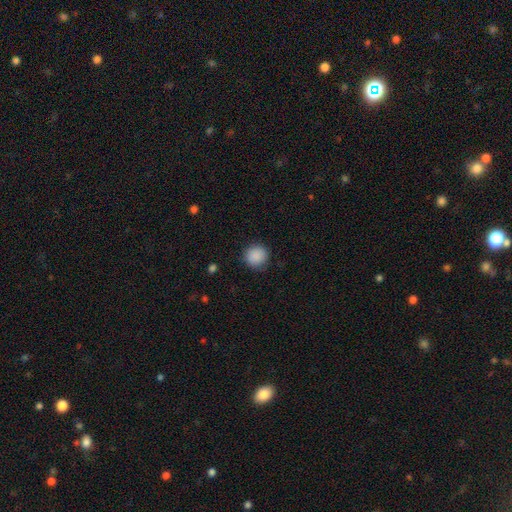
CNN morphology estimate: Smooth or featured?
  - smooth: 89% *
  - star or artifact: 8%
  - featured or disk: 3%
How rounded?
  - round: 92% *
  - in between: 7%
  - cigar-shaped: 1%
Merging?
  - none: 86% *
  - minor disturbance: 10%
  - major disturbance: 3%
  - merger: 1%